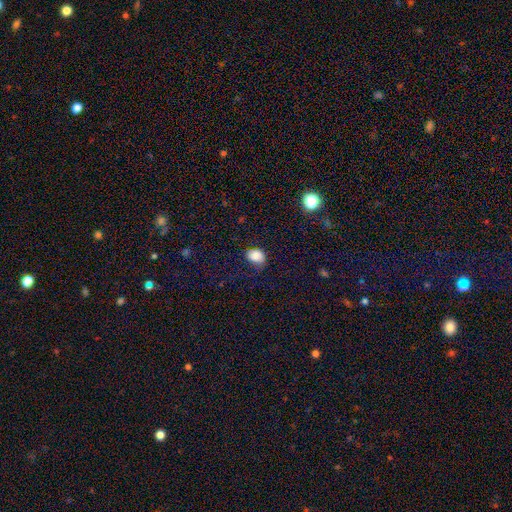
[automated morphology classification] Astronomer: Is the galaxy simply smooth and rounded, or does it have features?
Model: smooth — 84%.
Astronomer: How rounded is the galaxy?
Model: in between — 62% (runner-up: round, 37%).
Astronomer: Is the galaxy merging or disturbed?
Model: none — 64%.